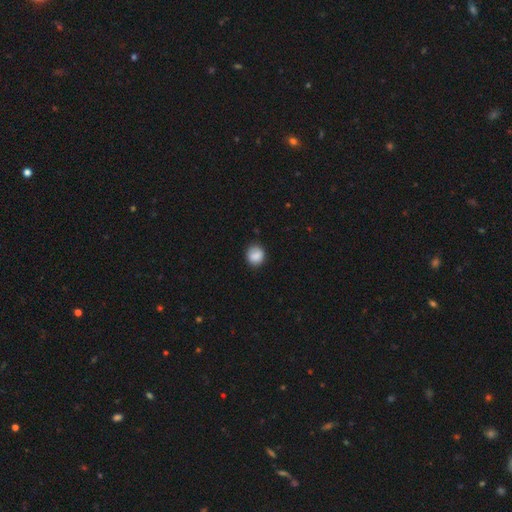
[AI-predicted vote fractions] Overall: smooth (85%). How rounded: round (83%). Merging: none (80%).